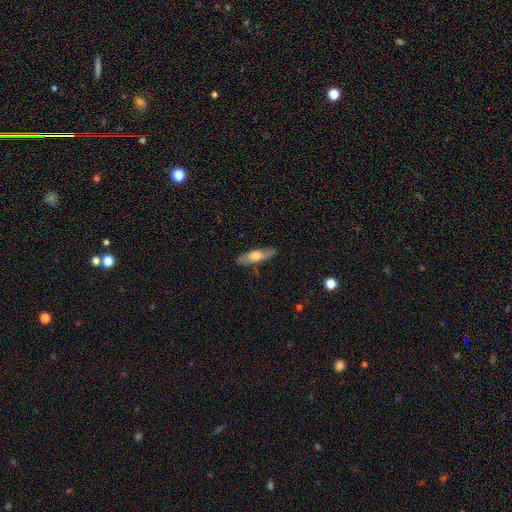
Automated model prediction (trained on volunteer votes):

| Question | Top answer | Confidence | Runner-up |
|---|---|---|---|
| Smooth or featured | smooth | 58% | featured or disk (36%) |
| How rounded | cigar-shaped | 61% | in between (37%) |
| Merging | none | 83% | minor disturbance (13%) |